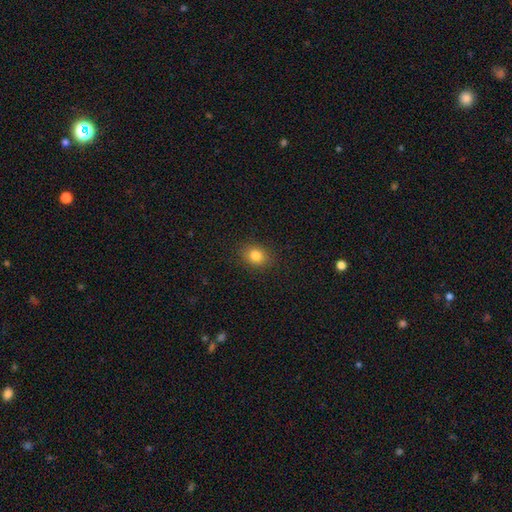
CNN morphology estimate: This appears to be a smooth galaxy with no disk features (83%) that is round (52%). Merging: none (88%).